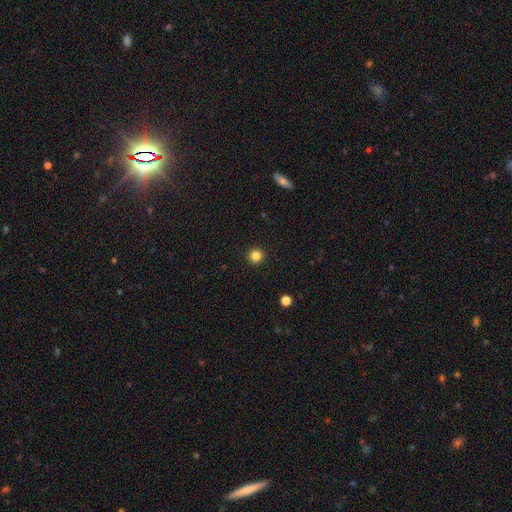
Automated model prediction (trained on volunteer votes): Overall: smooth (84%). How rounded: round (94%). Merging: none (93%).